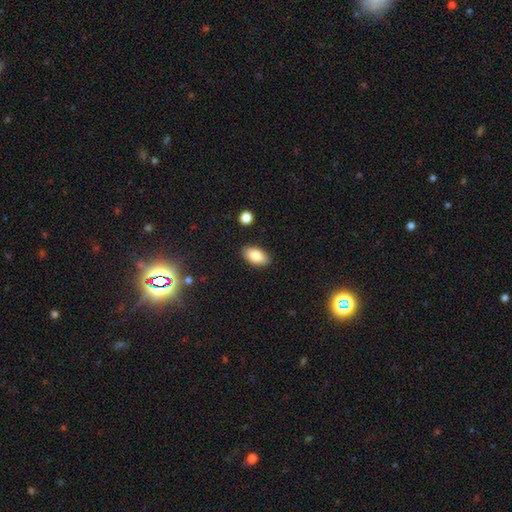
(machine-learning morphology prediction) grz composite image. It shows a smooth galaxy with no disk features (84%) that is in between round and cigar-shaped (93%). Merging: none (88%).